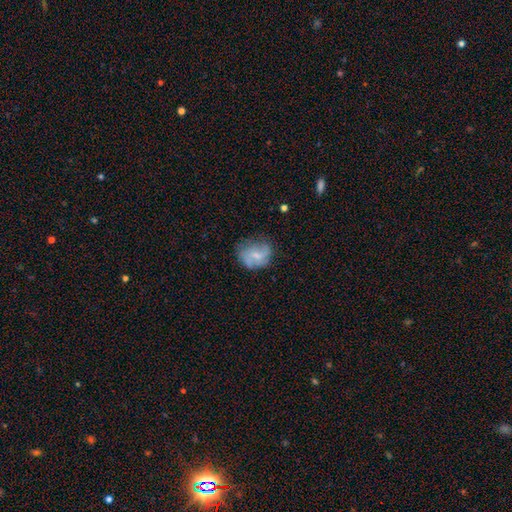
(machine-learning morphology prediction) This appears to be a smooth galaxy with no disk features (48%). Merging: none (56%).